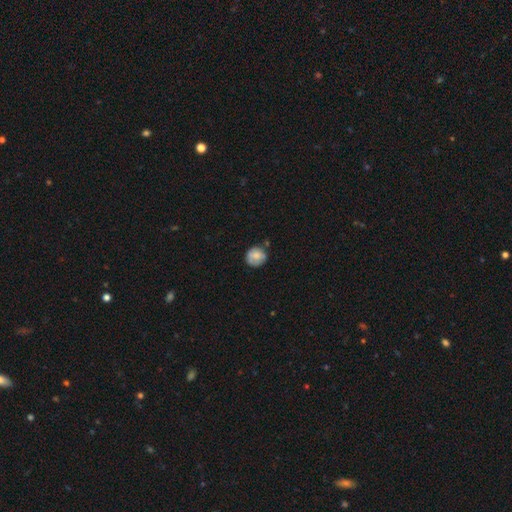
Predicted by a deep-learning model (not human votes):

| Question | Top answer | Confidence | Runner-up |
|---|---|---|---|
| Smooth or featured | smooth | 73% | featured or disk (19%) |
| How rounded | round | 84% | in between (15%) |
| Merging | none | 65% | minor disturbance (25%) |